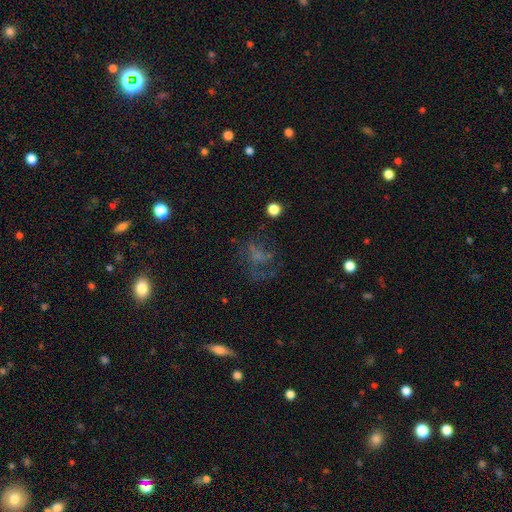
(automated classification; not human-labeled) The model was most divided on "smooth or featured": featured or disk: 39%, smooth: 34%, star or artifact: 27%. Remaining: merging — none (48%).